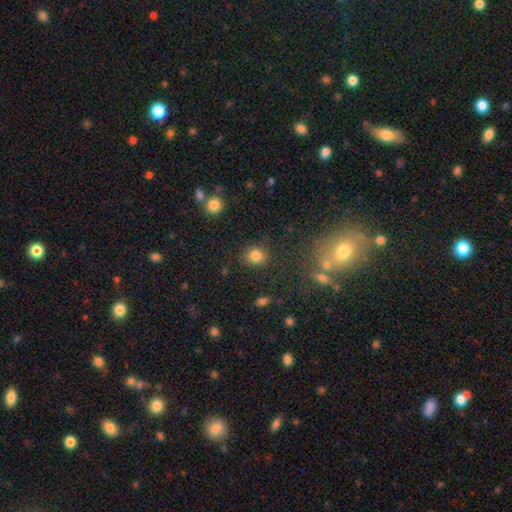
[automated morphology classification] A smooth galaxy with no disk features (82%) that is round (78%).

Vote fractions:
- Smooth or featured? smooth: 82% / star or artifact: 12% / featured or disk: 6%
- How rounded? round: 78% / in between: 20% / cigar-shaped: 1%
- Merging? none: 83% / minor disturbance: 10% / major disturbance: 4% / merger: 3%